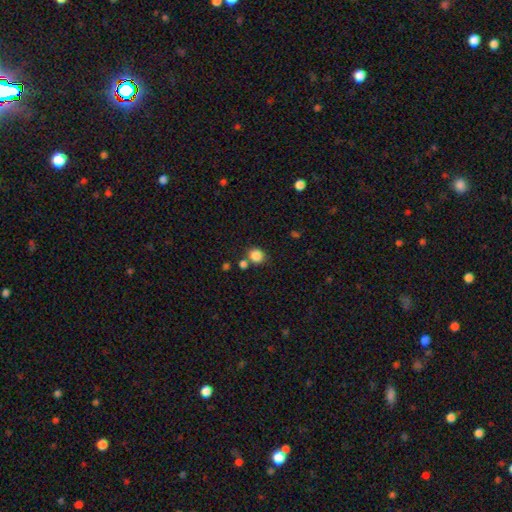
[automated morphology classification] smooth_or_featured: smooth (p=0.85) [alt: star or artifact p=0.10]
how_rounded: round (p=0.80) [alt: in between p=0.19]
merging: none (p=0.69) [alt: merger p=0.16]